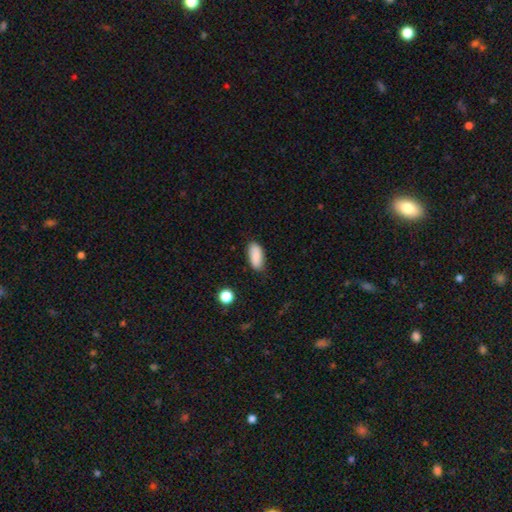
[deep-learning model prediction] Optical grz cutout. It shows a smooth galaxy with no disk features (89%) that is in between round and cigar-shaped (86%). Merging: none (83%).